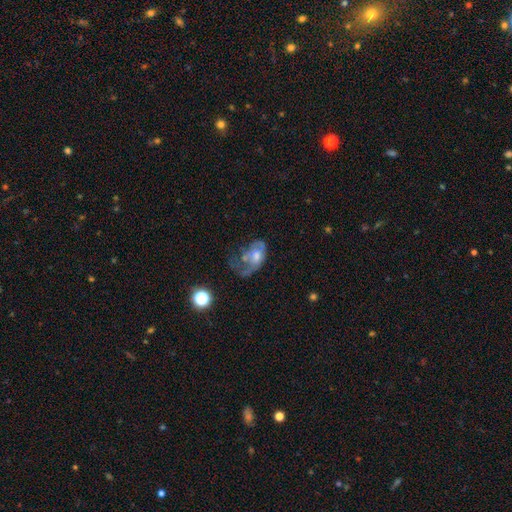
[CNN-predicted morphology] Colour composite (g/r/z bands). It shows a featured or disk galaxy (60%) with no bar (79%), spiral arms (54%) and a moderate central bulge (45%). Merging: major disturbance (56%).